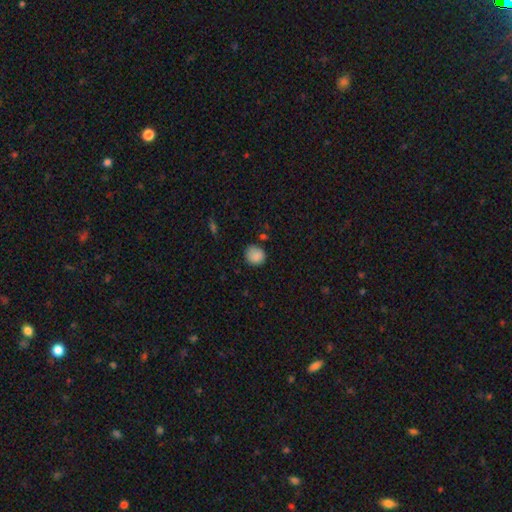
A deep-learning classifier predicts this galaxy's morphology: A smooth galaxy with no disk features (86%) that is round (86%). Merging: none (78%).